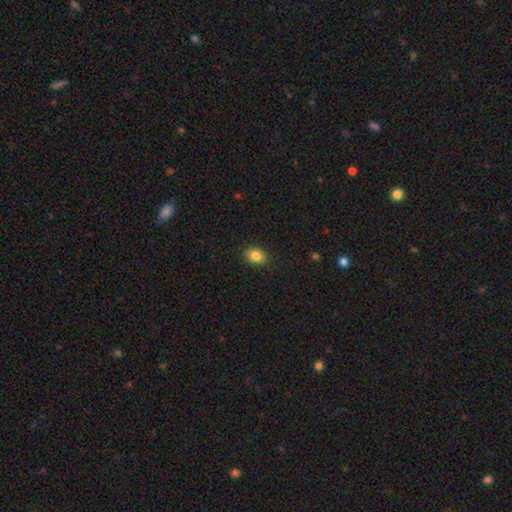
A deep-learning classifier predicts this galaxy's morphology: This appears to be a smooth galaxy with no disk features (86%) that is in between round and cigar-shaped (67%). Merging: none (88%).